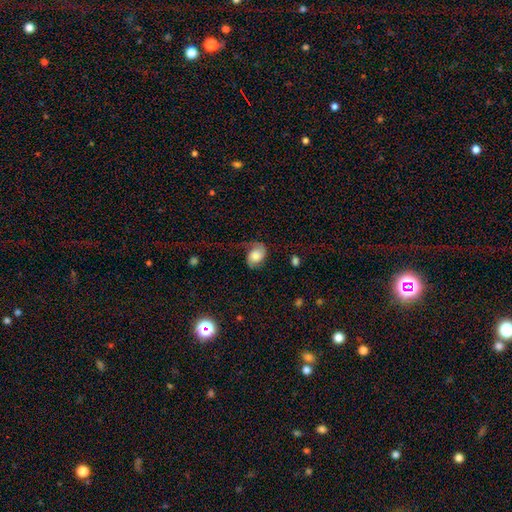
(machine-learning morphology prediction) Smooth or featured?
  - featured or disk: 48% *
  - smooth: 44%
  - star or artifact: 9%
Merging?
  - none: 45% *
  - major disturbance: 29%
  - minor disturbance: 24%
  - merger: 2%